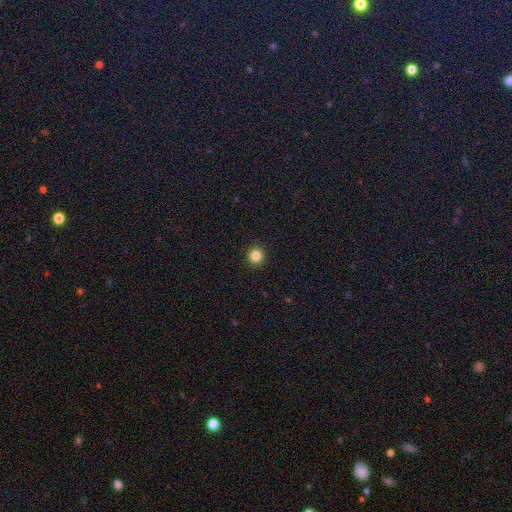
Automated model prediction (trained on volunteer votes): smooth-or-featured: smooth: 84% | star or artifact: 12% | featured or disk: 4%
  how-rounded: round: 95% | in between: 4% | cigar-shaped: 1%
  merging: none: 93% | minor disturbance: 5% | major disturbance: 2% | merger: 1%